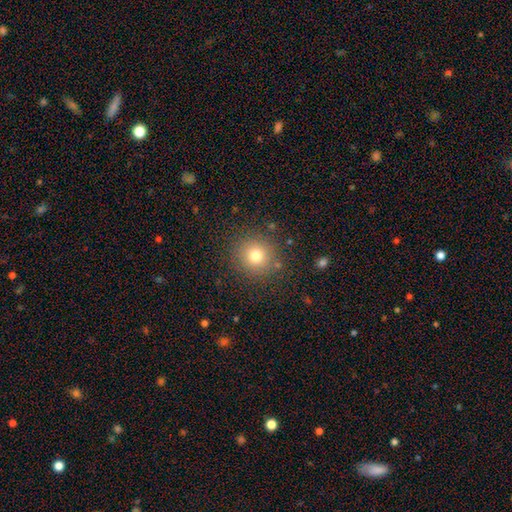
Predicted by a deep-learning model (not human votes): Q: Smooth or featured?
A: smooth (77%); runner-up: star or artifact (14%)
Q: How rounded?
A: round (93%); runner-up: in between (6%)
Q: Merging?
A: none (87%); runner-up: minor disturbance (8%)